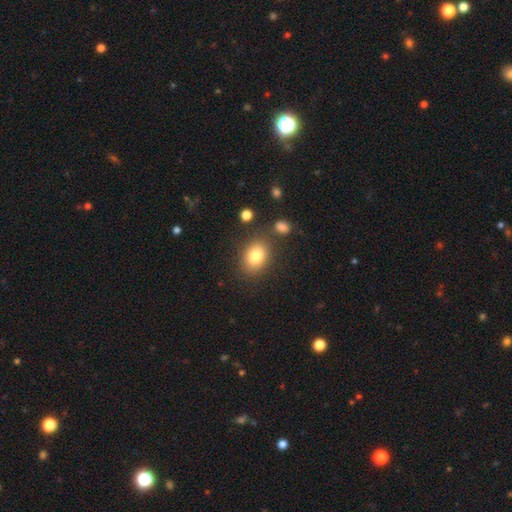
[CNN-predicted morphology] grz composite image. It shows a smooth galaxy with no disk features (81%) that is in between round and cigar-shaped (66%). Merging: none (78%).